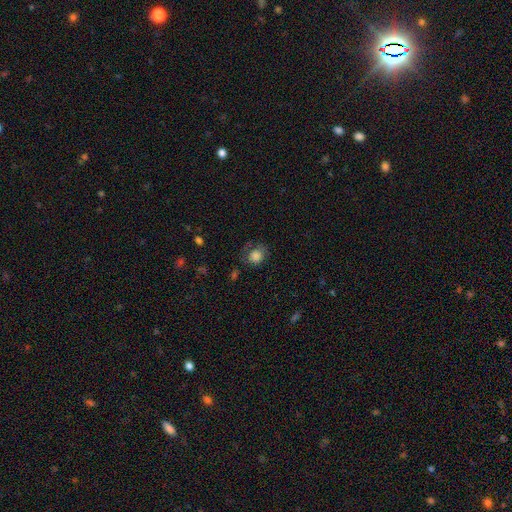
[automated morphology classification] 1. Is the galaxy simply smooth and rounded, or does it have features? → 79% smooth, 11% star or artifact, 9% featured or disk.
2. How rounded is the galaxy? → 67% round, 32% in between, 1% cigar-shaped.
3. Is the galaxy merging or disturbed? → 56% none, 26% minor disturbance, 16% major disturbance, 2% merger.